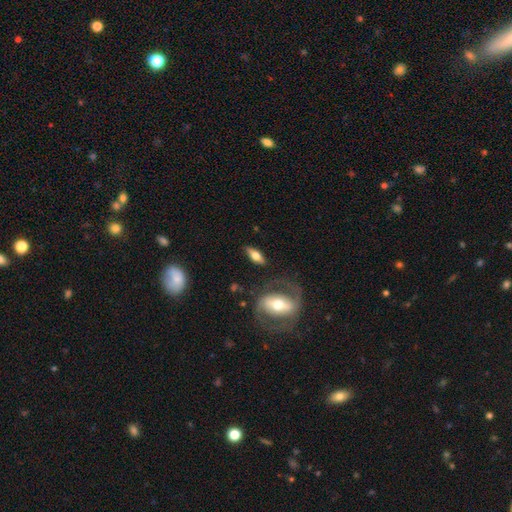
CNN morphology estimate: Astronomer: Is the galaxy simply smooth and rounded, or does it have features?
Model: smooth — 50% (runner-up: featured or disk, 44%).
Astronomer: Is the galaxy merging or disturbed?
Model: none — 78%.